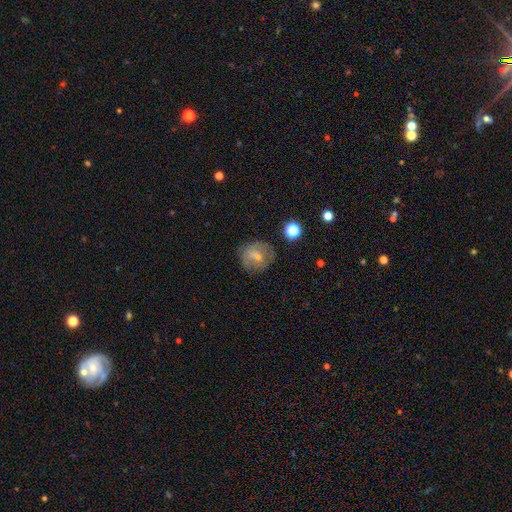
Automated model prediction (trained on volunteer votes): Smooth or featured: smooth — 60% (featured or disk — 29%)
How rounded: round — 80% (in between — 19%)
Merging: none — 69% (minor disturbance — 19%)